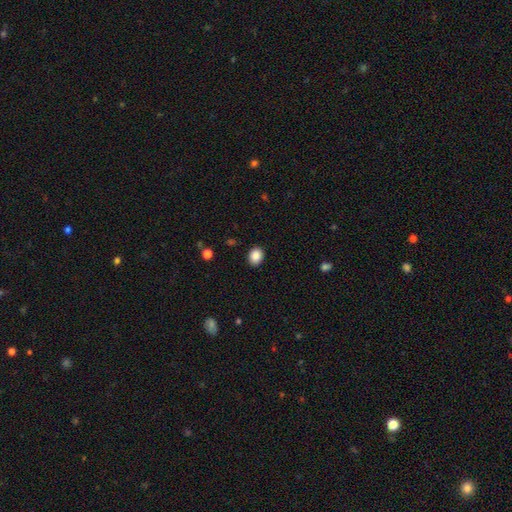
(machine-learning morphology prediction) This appears to be a smooth galaxy with no disk features (88%) that is round (55%). Merging: none (90%).